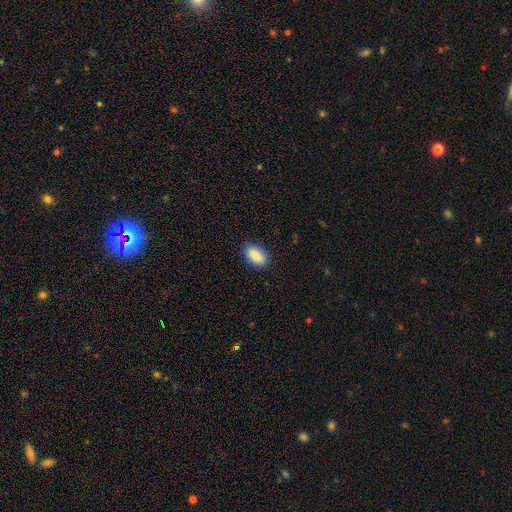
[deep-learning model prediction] This is clearly a smooth galaxy (88%). How rounded: clearly in between (89%). Merging: clearly none (87%).